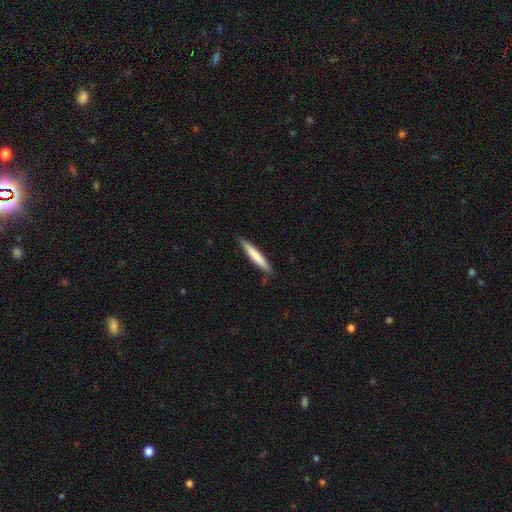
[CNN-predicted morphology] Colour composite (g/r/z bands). It shows a smooth galaxy with no disk features (72%) that is cigar-shaped (94%). Merging: none (87%).